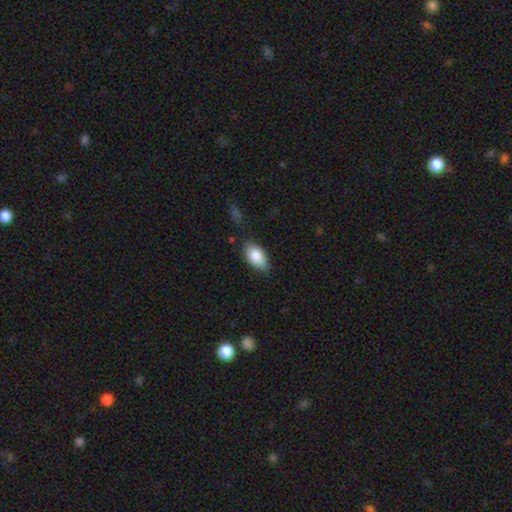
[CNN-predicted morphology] This appears to be a smooth galaxy with no disk features (83%) that is in between round and cigar-shaped (92%). Merging: none (73%).